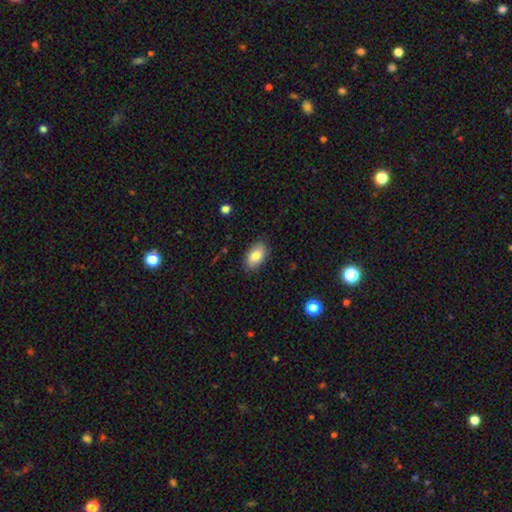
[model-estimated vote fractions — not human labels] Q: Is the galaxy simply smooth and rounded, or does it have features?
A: smooth — 82%.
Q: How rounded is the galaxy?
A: in between — 93%.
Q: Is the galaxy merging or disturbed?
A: none — 86%.